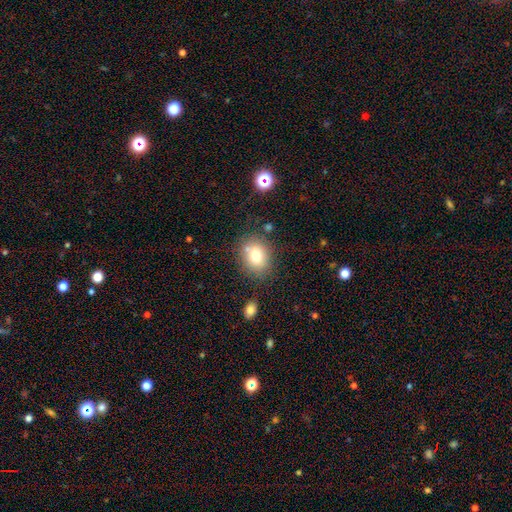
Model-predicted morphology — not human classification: This is likely a smooth galaxy (73%). How rounded: possibly round (54%). Merging: likely none (73%).